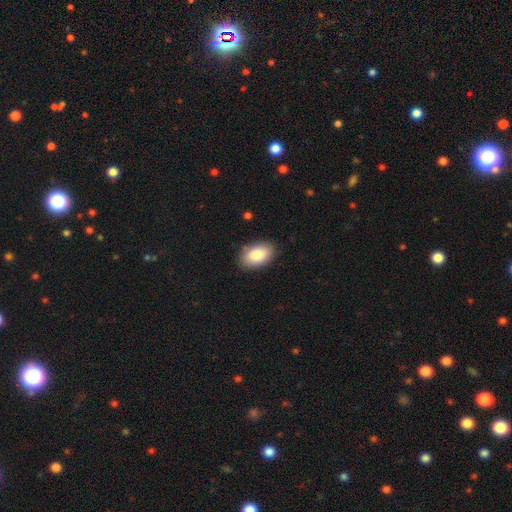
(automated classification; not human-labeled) A smooth galaxy with no disk features (86%) that is in between round and cigar-shaped (93%). Merging: none (86%).